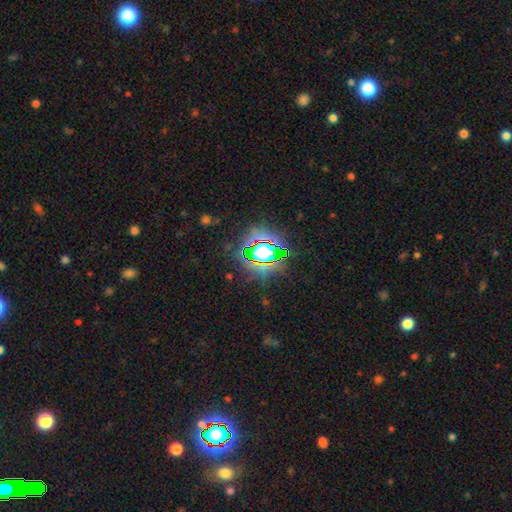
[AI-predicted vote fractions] This appears to be a star or artifact, not a galaxy (79%).